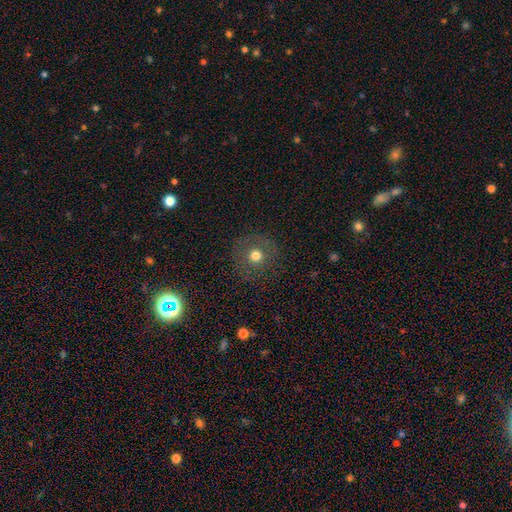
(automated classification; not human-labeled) This is likely a smooth galaxy (68%). How rounded: clearly round (94%). Merging: clearly none (87%).